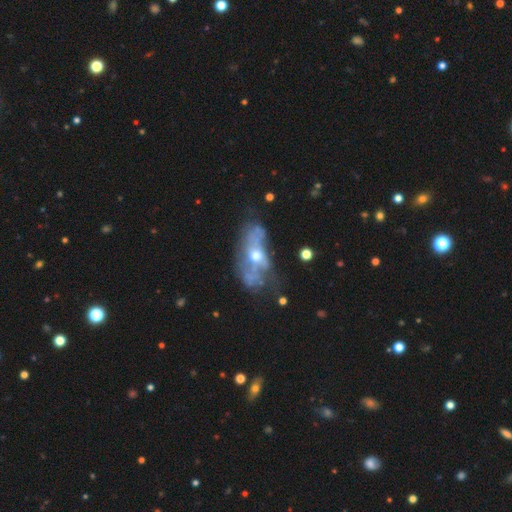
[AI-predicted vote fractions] A featured or disk galaxy (70%) with no bar (74%), no spiral arms (59%) and a moderate central bulge (67%). Merging: none (38%).